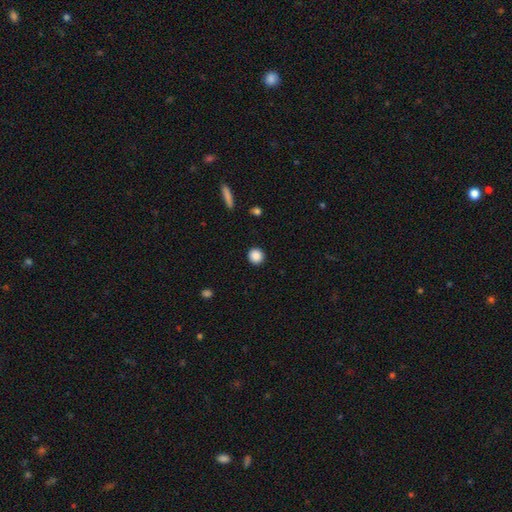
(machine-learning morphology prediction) Smooth or featured?
  - smooth: 88% *
  - star or artifact: 9%
  - featured or disk: 3%
How rounded?
  - round: 93% *
  - in between: 6%
  - cigar-shaped: 1%
Merging?
  - none: 92% *
  - minor disturbance: 5%
  - major disturbance: 2%
  - merger: 1%